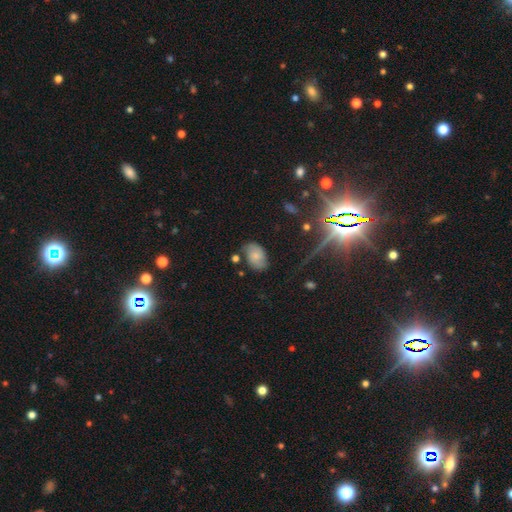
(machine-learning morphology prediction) smooth_or_featured: smooth (p=0.64) [alt: featured or disk p=0.26]
how_rounded: in between (p=0.87) [alt: round p=0.12]
merging: none (p=0.69) [alt: minor disturbance p=0.21]